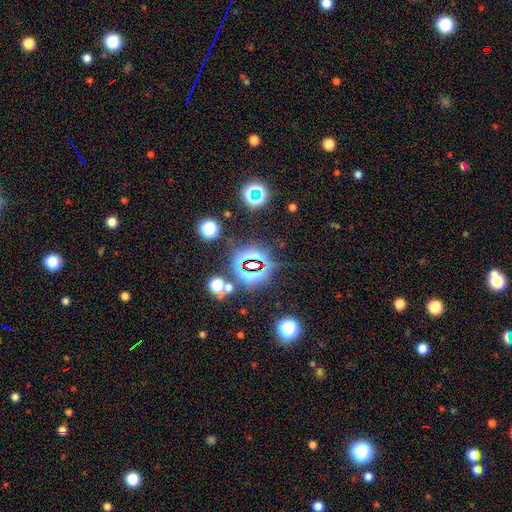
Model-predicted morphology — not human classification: smooth_or_featured: star or artifact (p=0.77) [alt: smooth p=0.14]